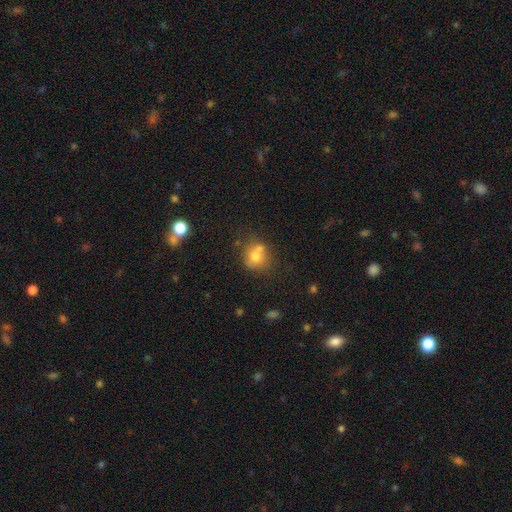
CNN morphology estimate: type=smooth (67%); roundness=round (78%); merging=none (48%).